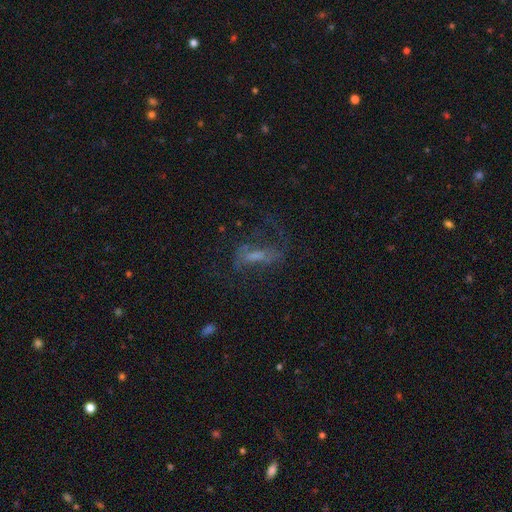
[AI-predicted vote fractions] This is possibly a featured or disk galaxy (57%). It is clearly not viewed edge-on (88%). Bar: marginally weak (40%). Spiral arm pattern: likely yes (61%). Central bulge: marginally none (33%). Merging: marginally none (45%).